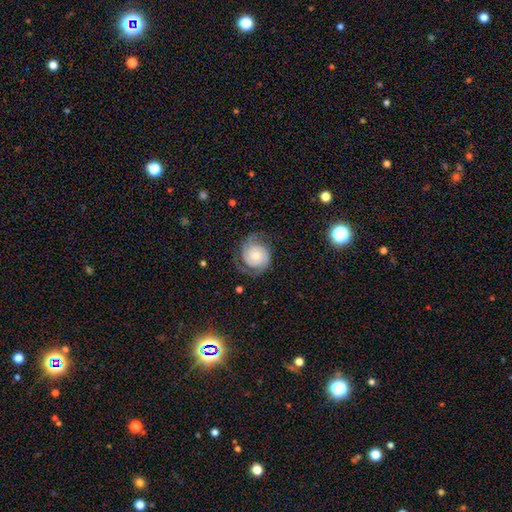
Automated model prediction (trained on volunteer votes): smooth-or-featured: featured or disk: 77% | smooth: 16% | star or artifact: 7%
  disk-edge-on: no: 98% | yes: 2%
    bar: no: 77% | weak: 19% | strong: 4%
    has-spiral-arms: yes: 96% | no: 4%
      spiral-winding: tight: 50% | medium: 36% | loose: 15%
      spiral-arm-count: 2: 83% | can't tell: 6% | 1: 5% | 3: 3% | 4: 1% | more than 4: 1%
    bulge-size: small: 51% | moderate: 36% | large: 6% | none: 4% | dominant: 2%
  merging: none: 69% | minor disturbance: 18% | major disturbance: 12% | merger: 1%